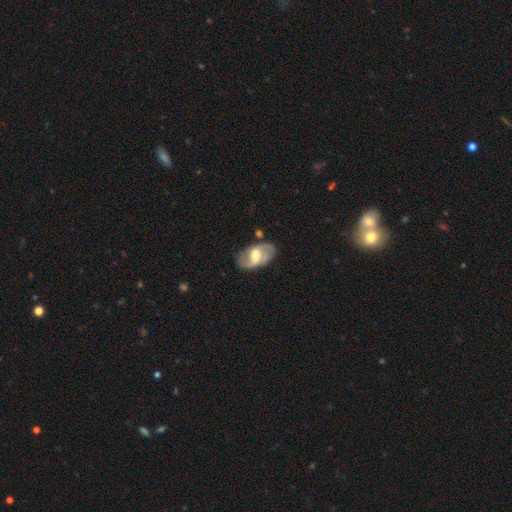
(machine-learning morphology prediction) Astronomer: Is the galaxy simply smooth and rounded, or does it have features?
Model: featured or disk — 72%.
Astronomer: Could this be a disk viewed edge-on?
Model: no — 95%.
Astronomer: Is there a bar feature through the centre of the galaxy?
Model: weak — 50% (runner-up: strong, 25%).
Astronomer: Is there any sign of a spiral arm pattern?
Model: yes — 85%.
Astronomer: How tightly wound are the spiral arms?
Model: medium — 46% (runner-up: loose, 34%).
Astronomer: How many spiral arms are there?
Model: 2 — 83%.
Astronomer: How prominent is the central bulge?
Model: moderate — 54%.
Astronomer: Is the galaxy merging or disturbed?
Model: none — 72%.